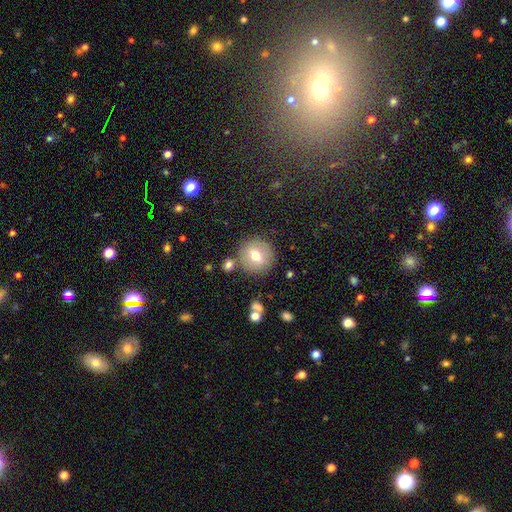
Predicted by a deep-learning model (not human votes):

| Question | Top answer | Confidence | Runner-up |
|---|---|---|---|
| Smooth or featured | smooth | 65% | featured or disk (26%) |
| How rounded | round | 90% | in between (9%) |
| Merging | none | 82% | minor disturbance (9%) |